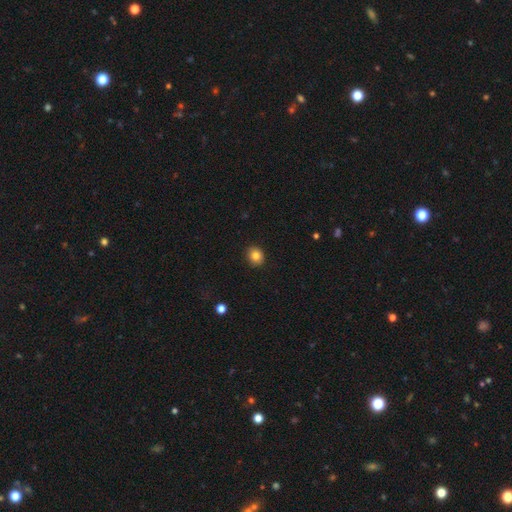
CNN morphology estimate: Smooth or featured: smooth — 83% (star or artifact — 10%)
How rounded: round — 74% (in between — 25%)
Merging: none — 91% (minor disturbance — 6%)